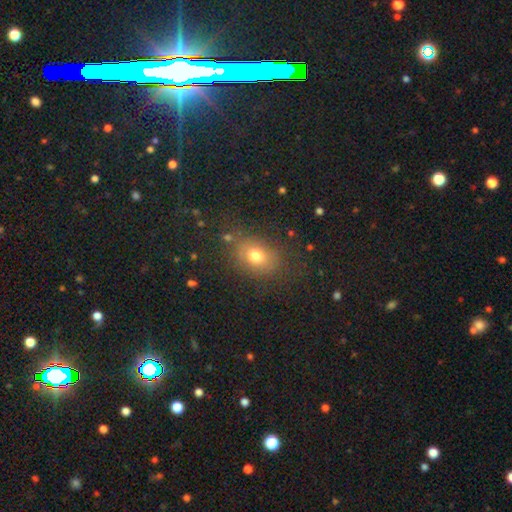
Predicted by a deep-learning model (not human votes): This appears to be a smooth galaxy with no disk features (74%) that is in between round and cigar-shaped (62%). Merging: none (77%).